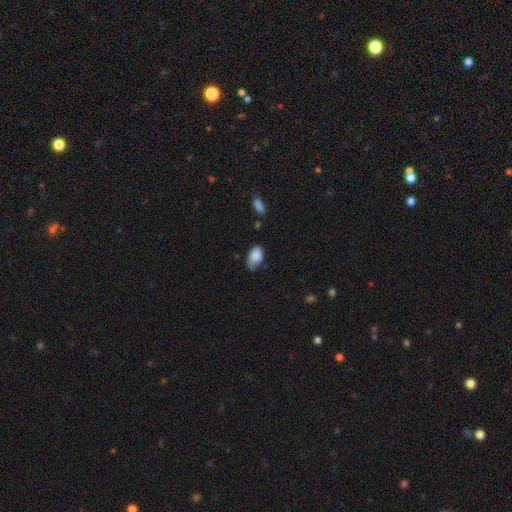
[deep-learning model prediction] smooth-or-featured: smooth: 82% | featured or disk: 10% | star or artifact: 7%
  how-rounded: in between: 91% | round: 8% | cigar-shaped: 2%
  merging: minor disturbance: 42% (tied) | none: 42% (tied) | major disturbance: 13% | merger: 3%